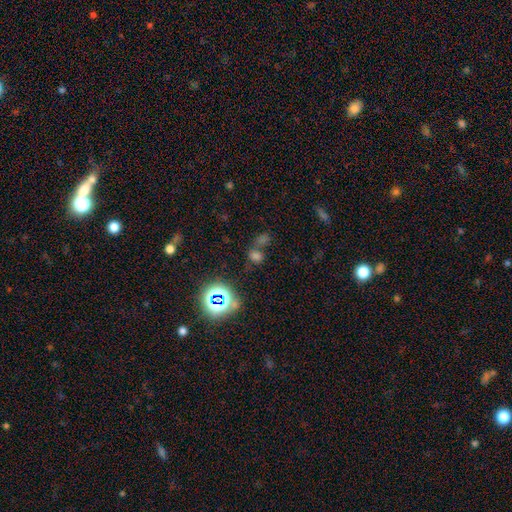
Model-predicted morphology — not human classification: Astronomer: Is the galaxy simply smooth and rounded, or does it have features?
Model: smooth — 52% (runner-up: star or artifact, 39%).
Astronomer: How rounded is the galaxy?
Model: round — 58% (runner-up: in between, 40%).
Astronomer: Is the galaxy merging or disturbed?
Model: none — 48% (runner-up: merger, 35%).